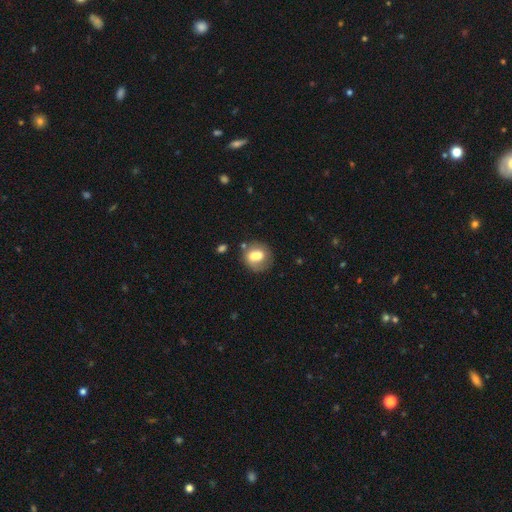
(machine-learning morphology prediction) Smooth or featured: smooth — 63% (featured or disk — 28%)
How rounded: round — 71% (in between — 28%)
Merging: none — 40% (merger — 38%)